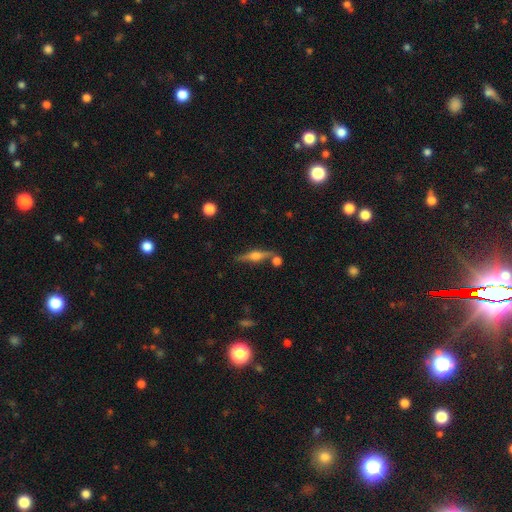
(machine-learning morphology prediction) Smooth or featured?
  - featured or disk: 75% *
  - smooth: 18%
  - star or artifact: 7%
Edge-on disk?
  - yes: 97% *
  - no: 3%
Edge-on bulge?
  - rounded: 93% *
  - boxy: 5%
  - none: 2%
Merging?
  - none: 77% *
  - merger: 10%
  - minor disturbance: 10%
  - major disturbance: 3%